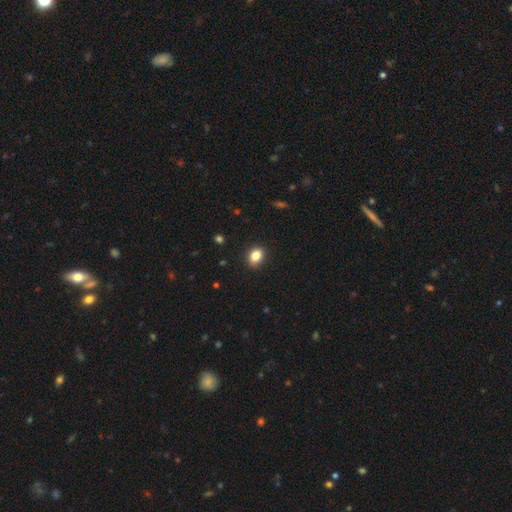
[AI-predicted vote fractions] Smooth or featured: smooth — 85% (star or artifact — 9%)
How rounded: in between — 64% (round — 35%)
Merging: none — 89% (minor disturbance — 8%)